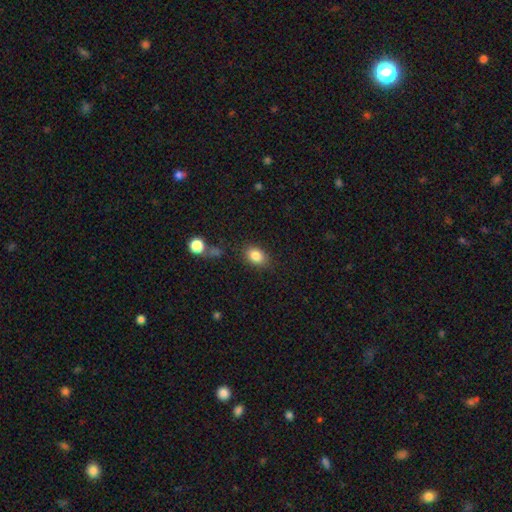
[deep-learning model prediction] A smooth galaxy with no disk features (85%) that is in between round and cigar-shaped (72%).

Vote fractions:
- Smooth or featured? smooth: 85% / star or artifact: 9% / featured or disk: 6%
- How rounded? in between: 72% / round: 26% / cigar-shaped: 1%
- Merging? none: 81% / minor disturbance: 12% / major disturbance: 4% / merger: 3%